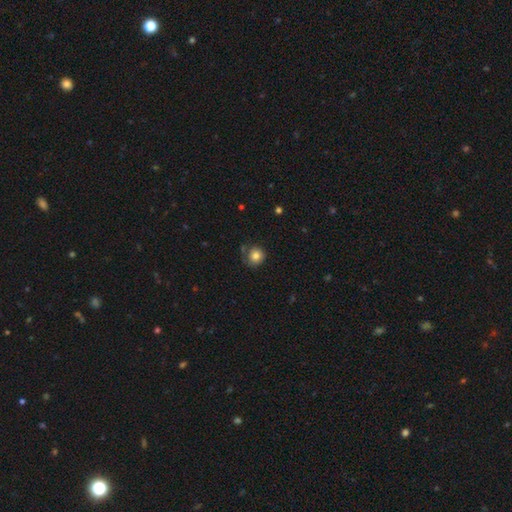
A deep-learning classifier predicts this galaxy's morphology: smooth-or-featured: smooth: 80% | star or artifact: 10% | featured or disk: 10%
  how-rounded: round: 88% | in between: 11% | cigar-shaped: 1%
  merging: none: 71% | minor disturbance: 18% | major disturbance: 6% | merger: 4%